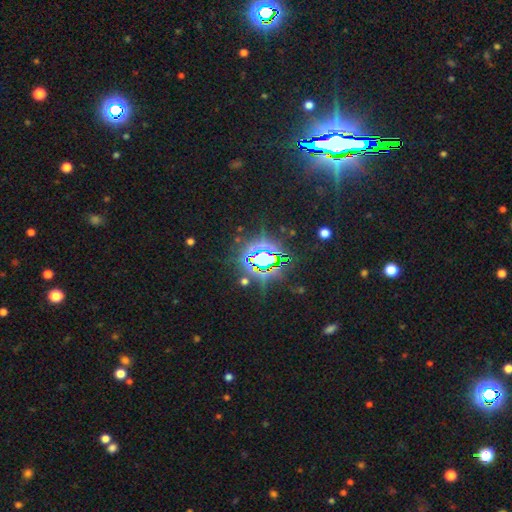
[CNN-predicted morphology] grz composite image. It shows a star or artifact, not a galaxy (84%).